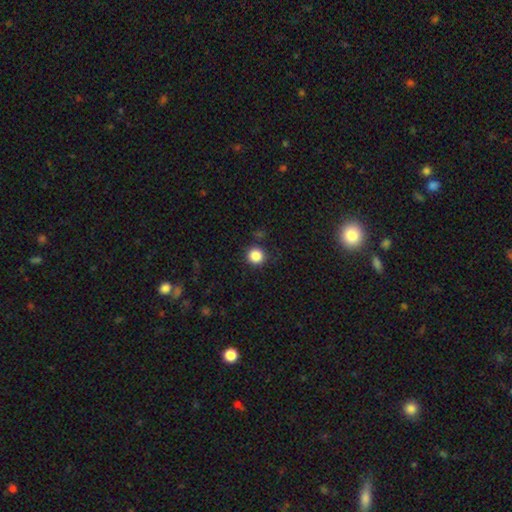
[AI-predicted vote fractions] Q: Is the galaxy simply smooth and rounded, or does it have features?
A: smooth — 86%.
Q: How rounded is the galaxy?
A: round — 94%.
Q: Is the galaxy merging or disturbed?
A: none — 87%.